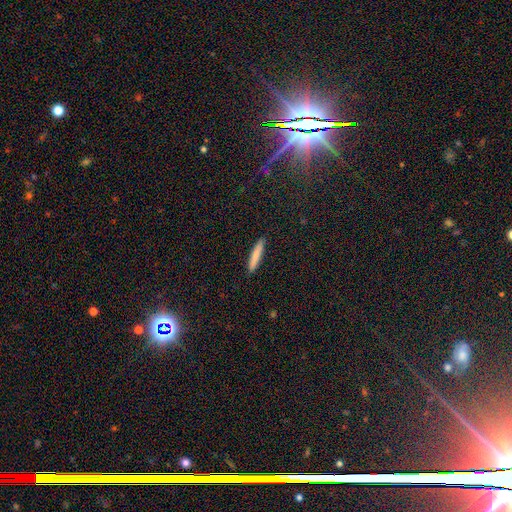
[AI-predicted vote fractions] smooth 79%, featured or disk 15%, star or artifact 6%. Down the decision tree: how rounded — cigar-shaped (92%); merging — none (91%).